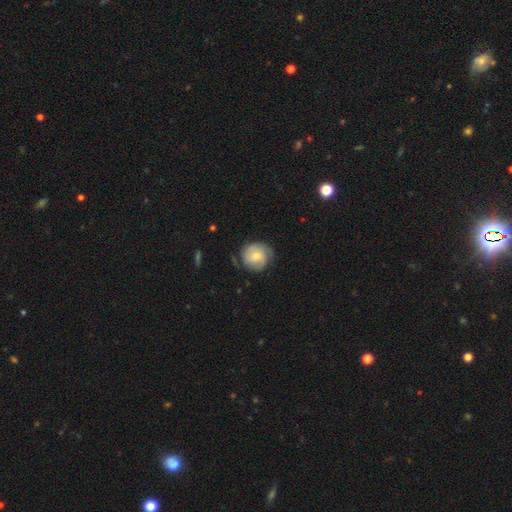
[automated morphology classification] Overall: smooth (55%; featured or disk 38%). How rounded: round (88%). Merging: none (67%).